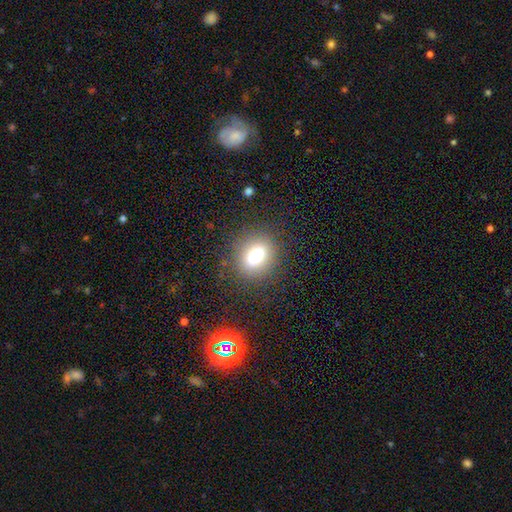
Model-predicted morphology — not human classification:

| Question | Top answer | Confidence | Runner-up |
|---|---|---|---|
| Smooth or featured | smooth | 75% | featured or disk (13%) |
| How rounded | in between | 54% | round (44%) |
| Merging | none | 84% | minor disturbance (10%) |